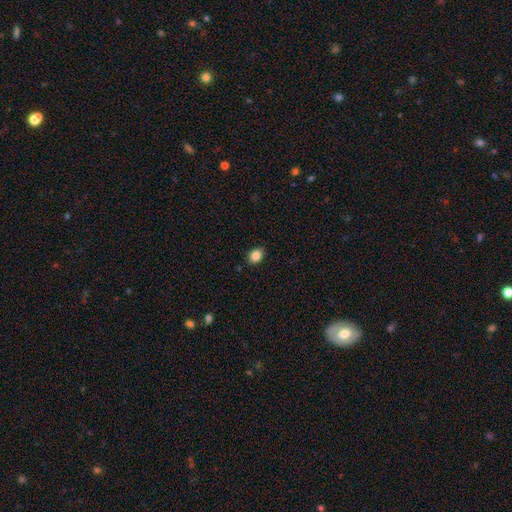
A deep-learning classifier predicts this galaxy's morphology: Overall: smooth (86%). How rounded: in between (65%; round 34%). Merging: none (87%).